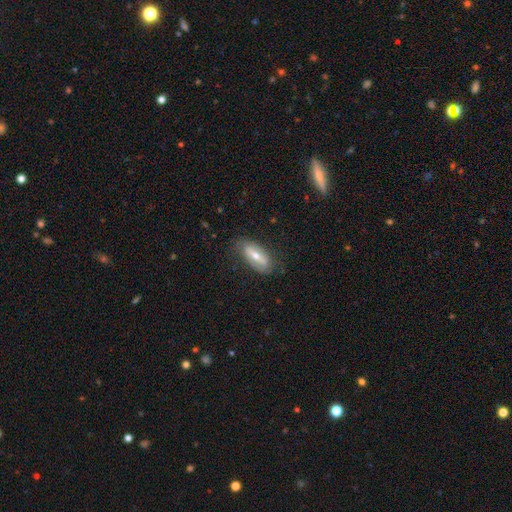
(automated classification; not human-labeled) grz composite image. It shows a featured or disk galaxy (51%). Merging: none (78%).